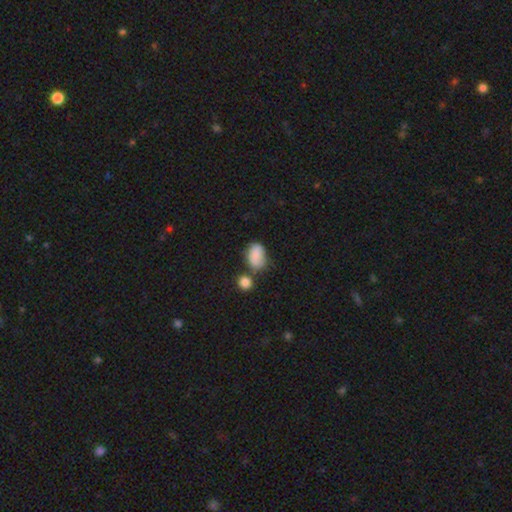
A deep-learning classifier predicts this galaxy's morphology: smooth-or-featured: smooth: 84% | star or artifact: 9% | featured or disk: 7%
  how-rounded: in between: 85% | round: 13% | cigar-shaped: 1%
  merging: none: 48% | minor disturbance: 24% | merger: 20% | major disturbance: 8%